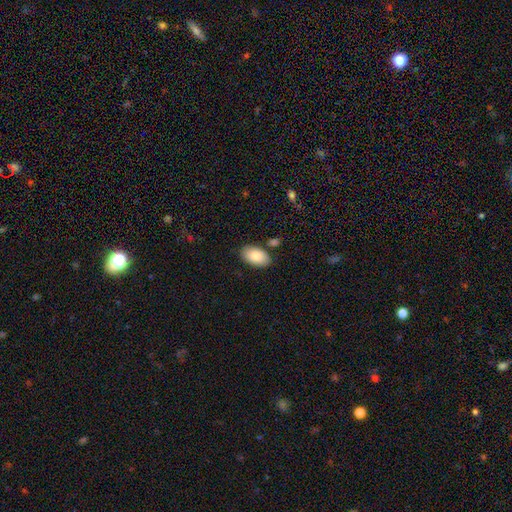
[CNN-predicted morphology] A smooth galaxy with no disk features (83%) that is in between round and cigar-shaped (94%).

Vote fractions:
- Smooth or featured? smooth: 83% / featured or disk: 11% / star or artifact: 6%
- How rounded? in between: 94% / round: 4% / cigar-shaped: 1%
- Merging? none: 82% / minor disturbance: 11% / merger: 5% / major disturbance: 2%